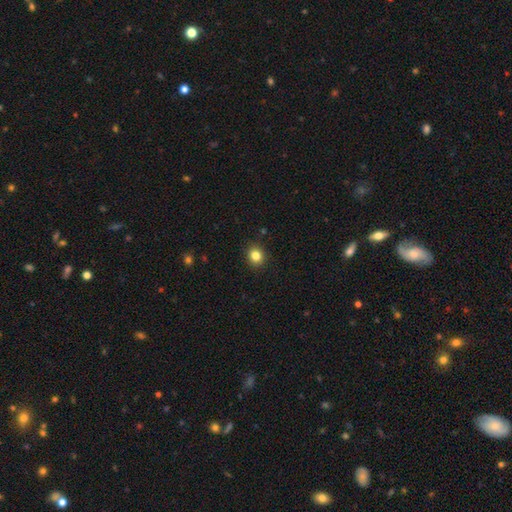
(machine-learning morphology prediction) Overall: smooth (83%). How rounded: round (79%). Merging: none (91%).